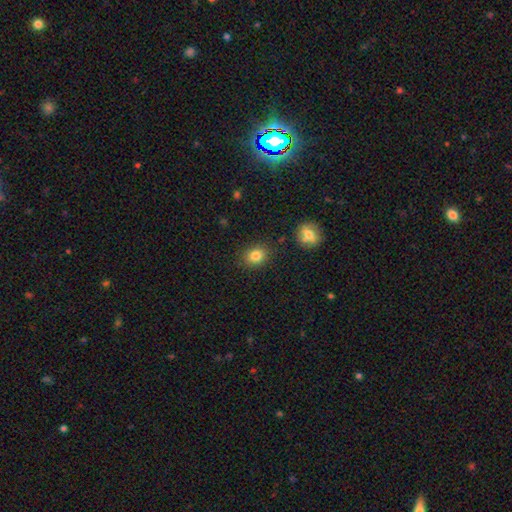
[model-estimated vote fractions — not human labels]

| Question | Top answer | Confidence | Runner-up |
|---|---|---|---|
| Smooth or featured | smooth | 82% | star or artifact (11%) |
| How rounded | round | 58% | in between (41%) |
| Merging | none | 84% | minor disturbance (10%) |